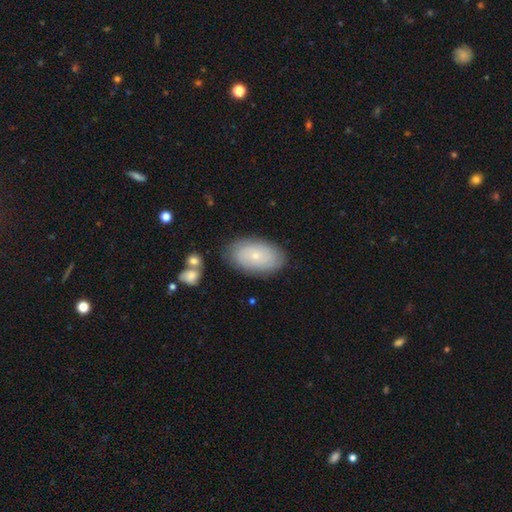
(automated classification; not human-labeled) smooth_or_featured: smooth (p=0.51) [alt: featured or disk p=0.41]
how_rounded: in between (p=0.92) [alt: round p=0.07]
merging: none (p=0.81) [alt: minor disturbance p=0.14]